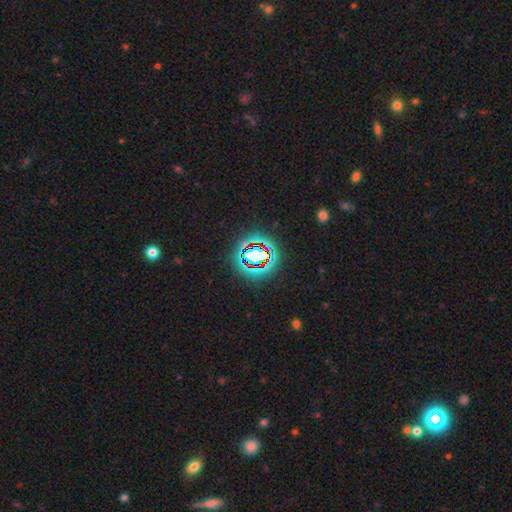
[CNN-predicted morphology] smooth_or_featured: star or artifact (p=0.66) [alt: smooth p=0.22]